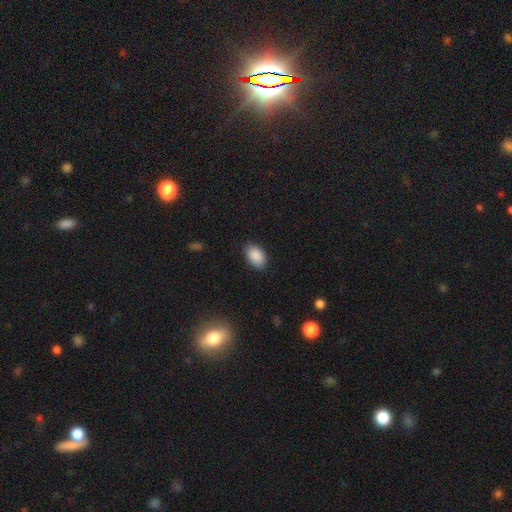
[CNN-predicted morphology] This is clearly a smooth galaxy (89%). How rounded: clearly in between (92%). Merging: clearly none (85%).